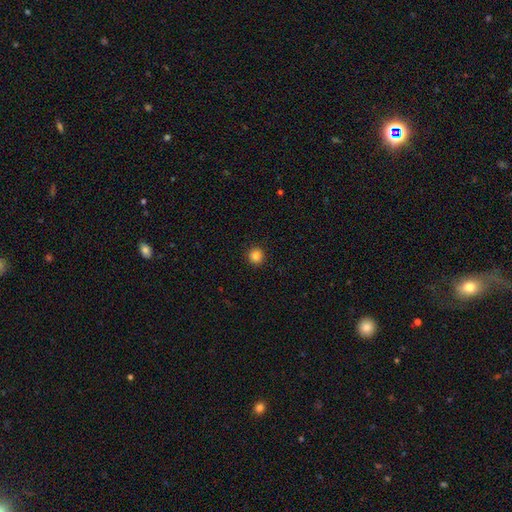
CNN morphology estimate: The model was most divided on "smooth or featured": smooth: 86%, star or artifact: 11%, featured or disk: 3%. More confident: how rounded — round (95%); merging — none (93%).